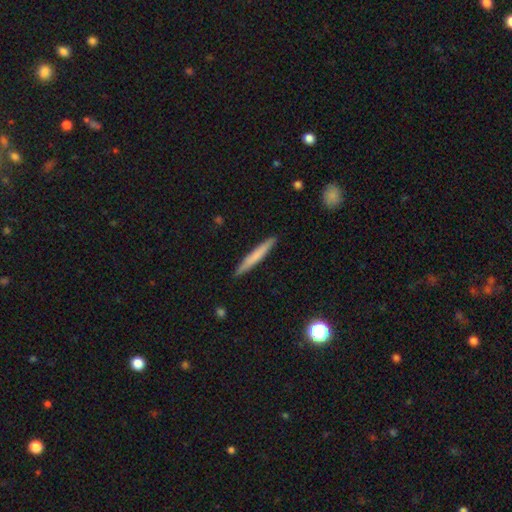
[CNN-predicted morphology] A smooth galaxy with no disk features (67%) that is cigar-shaped (96%).

Vote fractions:
- Smooth or featured? smooth: 67% / featured or disk: 27% / star or artifact: 6%
- How rounded? cigar-shaped: 96% / in between: 3% / round: 1%
- Merging? none: 91% / minor disturbance: 7% / major disturbance: 1% / merger: 1%